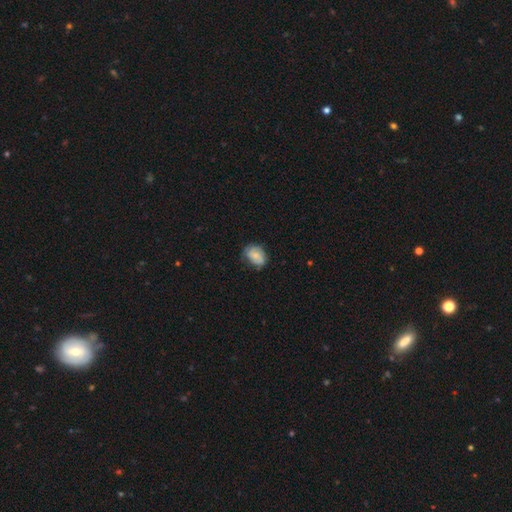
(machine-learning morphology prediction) Smooth or featured? Predicted: smooth (p=0.63). How rounded? Predicted: in between (p=0.71). Merging? Predicted: none (p=0.57).